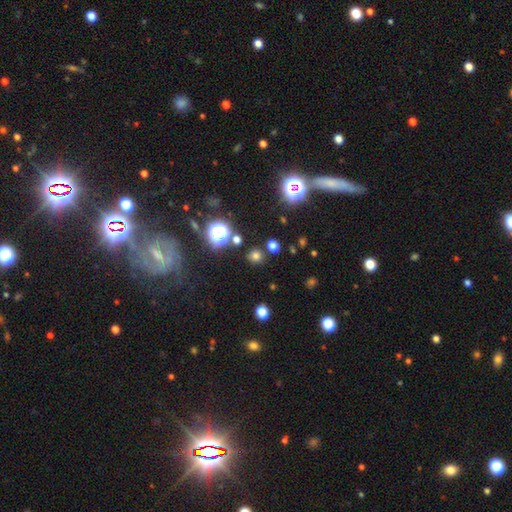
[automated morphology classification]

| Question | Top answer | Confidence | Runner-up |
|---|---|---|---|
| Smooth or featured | smooth | 67% | star or artifact (26%) |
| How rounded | round | 89% | in between (10%) |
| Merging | none | 86% | minor disturbance (7%) |